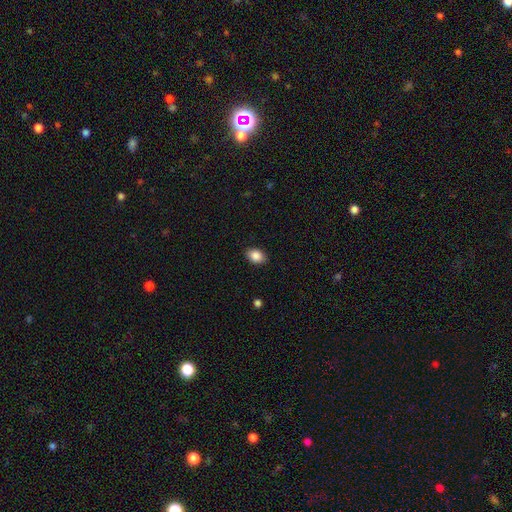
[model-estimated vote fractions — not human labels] Smooth or featured? Predicted: smooth (p=0.87). How rounded? Predicted: in between (p=0.82). Merging? Predicted: none (p=0.88).